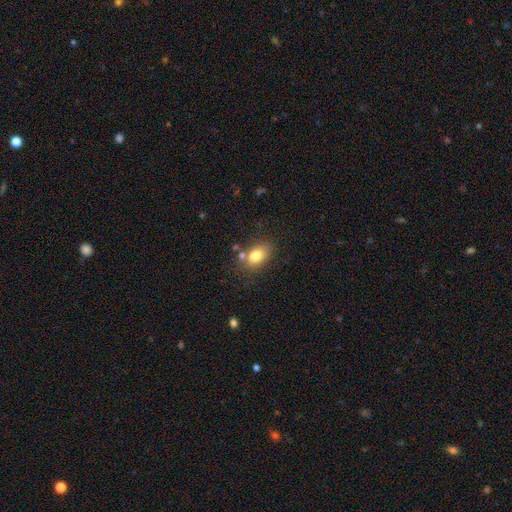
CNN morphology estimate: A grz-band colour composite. It shows a smooth galaxy with no disk features (80%) that is in between round and cigar-shaped (83%). Merging: none (67%).